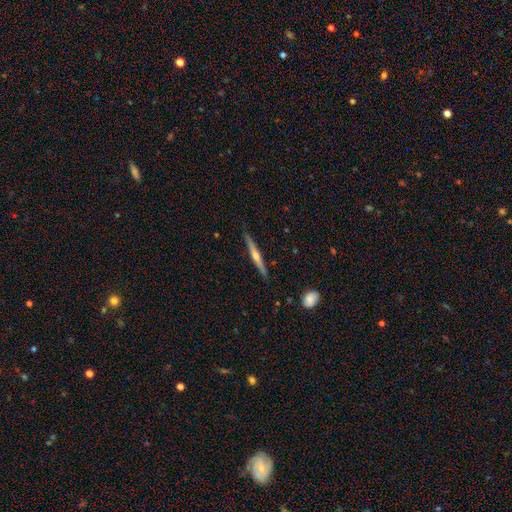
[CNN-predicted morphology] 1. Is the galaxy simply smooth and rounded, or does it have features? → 72% featured or disk, 22% smooth, 6% star or artifact.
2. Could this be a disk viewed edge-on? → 98% yes, 2% no.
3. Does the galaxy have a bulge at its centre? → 85% rounded, 11% none, 4% boxy.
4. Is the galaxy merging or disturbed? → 91% none, 7% minor disturbance, 1% major disturbance, 1% merger.